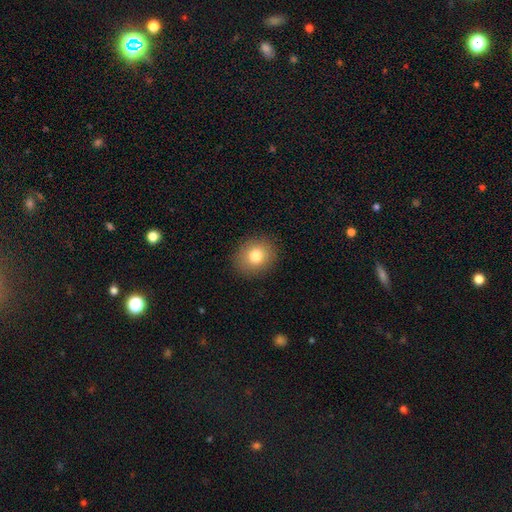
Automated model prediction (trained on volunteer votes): A smooth galaxy with no disk features (79%) that is round (72%).

Vote fractions:
- Smooth or featured? smooth: 79% / featured or disk: 11% / star or artifact: 11%
- How rounded? round: 72% / in between: 27% / cigar-shaped: 1%
- Merging? none: 89% / minor disturbance: 7% / major disturbance: 2% / merger: 1%